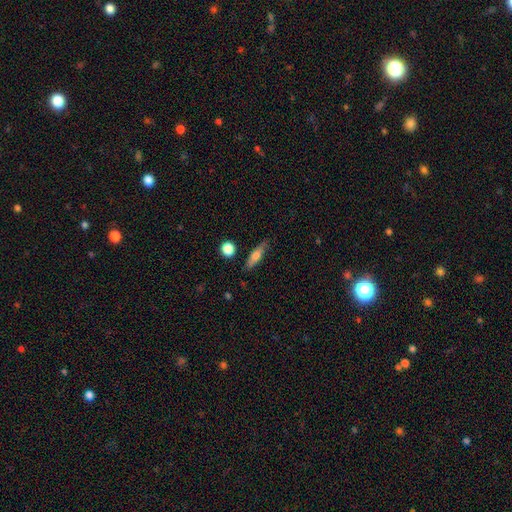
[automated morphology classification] A smooth galaxy with no disk features (59%) that is cigar-shaped (63%).

Vote fractions:
- Smooth or featured? smooth: 59% / featured or disk: 34% / star or artifact: 7%
- How rounded? cigar-shaped: 63% / in between: 32% / round: 4%
- Merging? none: 81% / minor disturbance: 13% / major disturbance: 3% / merger: 3%